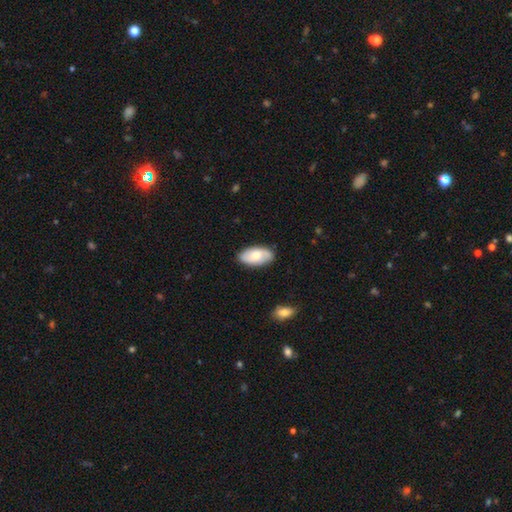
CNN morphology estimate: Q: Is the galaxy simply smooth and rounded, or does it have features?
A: smooth — 63%.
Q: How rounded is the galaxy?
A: in between — 94%.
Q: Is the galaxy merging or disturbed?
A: none — 85%.